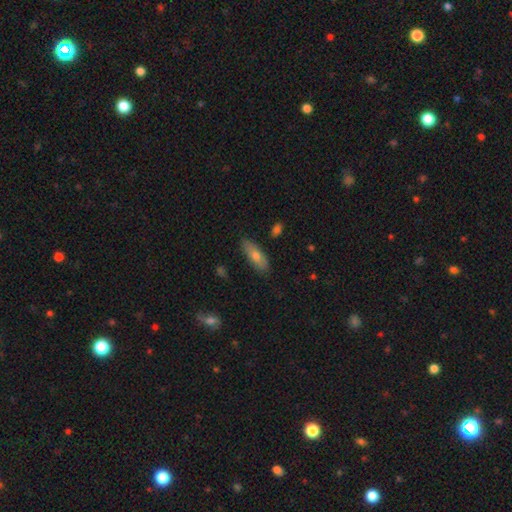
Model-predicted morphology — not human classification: type=smooth (68%); roundness=in between (65%); merging=none (84%).